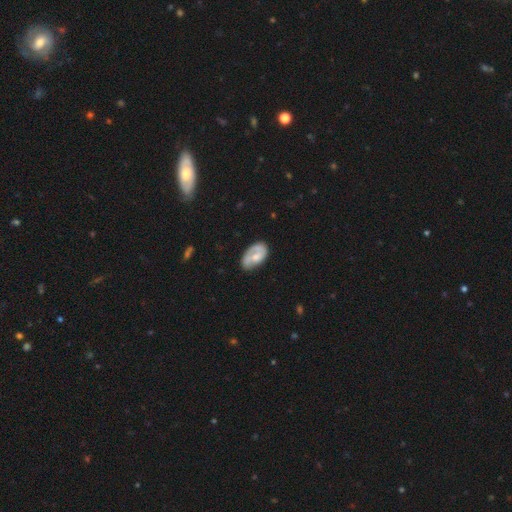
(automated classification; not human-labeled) smooth_or_featured: featured or disk (p=0.49) [alt: smooth p=0.45]
merging: none (p=0.54) [alt: minor disturbance p=0.28]